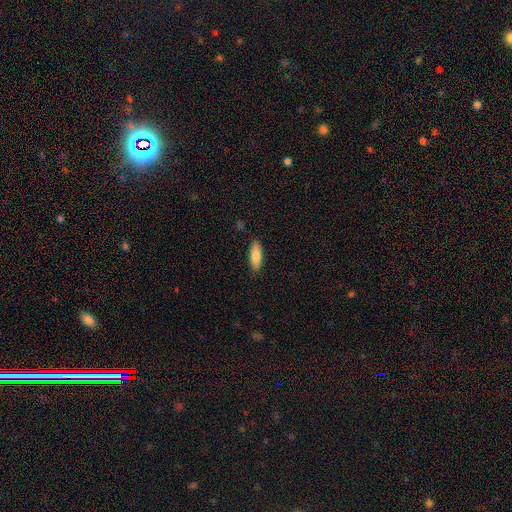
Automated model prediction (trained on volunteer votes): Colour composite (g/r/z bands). It shows a smooth galaxy with no disk features (81%) that is in between round and cigar-shaped (61%). Merging: none (88%).